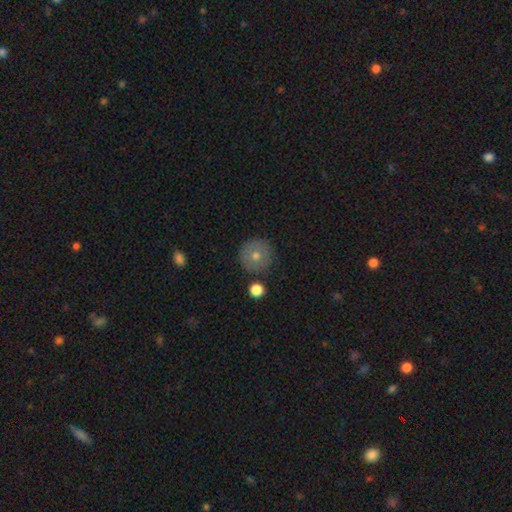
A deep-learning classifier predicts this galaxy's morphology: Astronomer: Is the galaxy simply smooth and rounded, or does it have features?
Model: smooth — 68%.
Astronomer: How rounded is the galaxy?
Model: round — 96%.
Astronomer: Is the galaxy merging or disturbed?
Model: none — 89%.